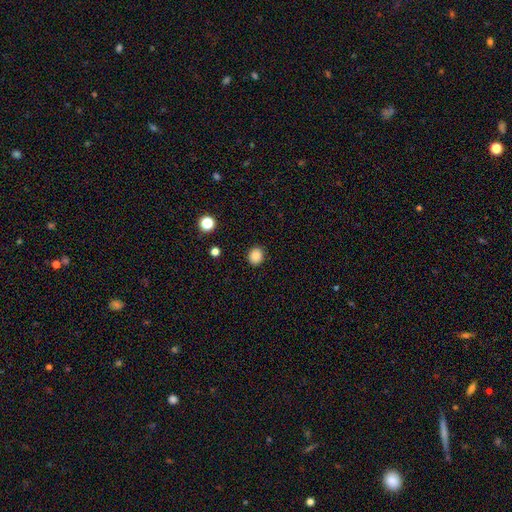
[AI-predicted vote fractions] smooth-or-featured: smooth: 86% | star or artifact: 10% | featured or disk: 3%
  how-rounded: round: 75% | in between: 24% | cigar-shaped: 1%
  merging: none: 90% | minor disturbance: 6% | major disturbance: 2% | merger: 1%